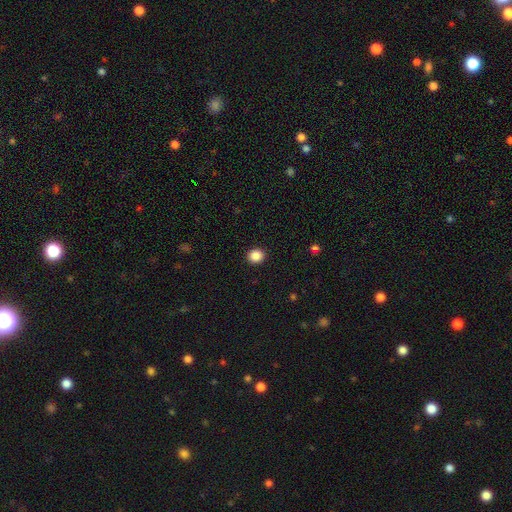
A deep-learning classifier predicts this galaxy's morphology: A smooth galaxy with no disk features (87%) that is round (81%).

Vote fractions:
- Smooth or featured? smooth: 87% / star or artifact: 10% / featured or disk: 3%
- How rounded? round: 81% / in between: 18% / cigar-shaped: 1%
- Merging? none: 92% / minor disturbance: 5% / major disturbance: 2% / merger: 1%